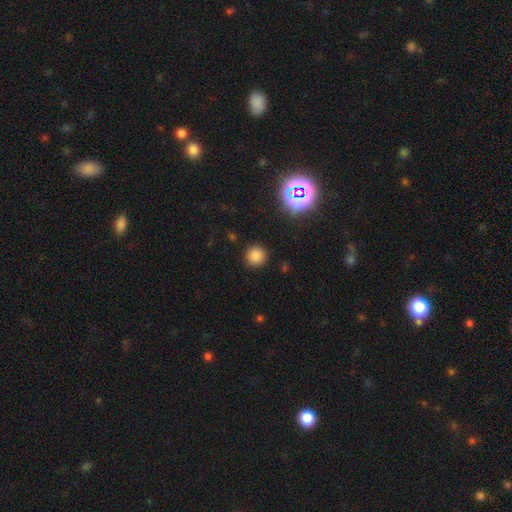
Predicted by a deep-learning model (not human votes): This is likely a smooth galaxy (79%). How rounded: clearly round (94%). Merging: clearly none (91%).